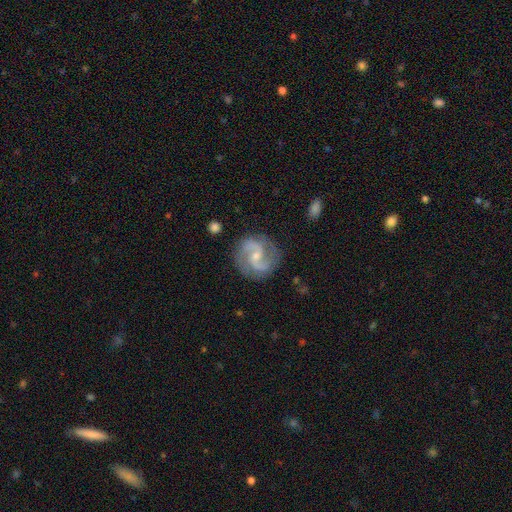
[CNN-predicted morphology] The model was most divided on "bar": weak: 47%, no: 37%, strong: 16%. More confident: edge-on disk — no (98%); spiral arms — yes (97%); spiral arm count — 2 (93%); smooth or featured — featured or disk (88%); merging — none (84%); bulge size — small (63%); spiral winding — medium (55%).